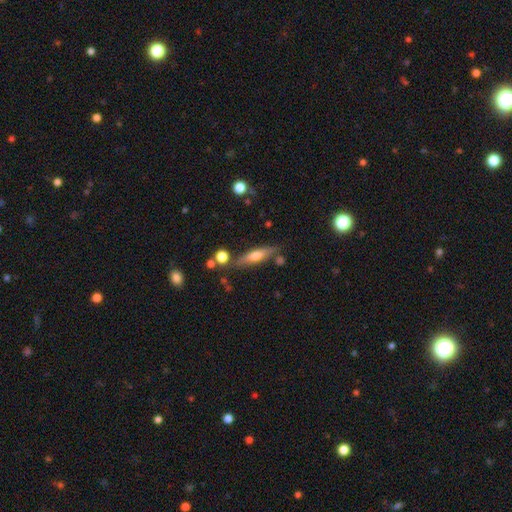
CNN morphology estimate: A featured or disk galaxy (52%) viewed edge-on (90%). Merging: none (76%).